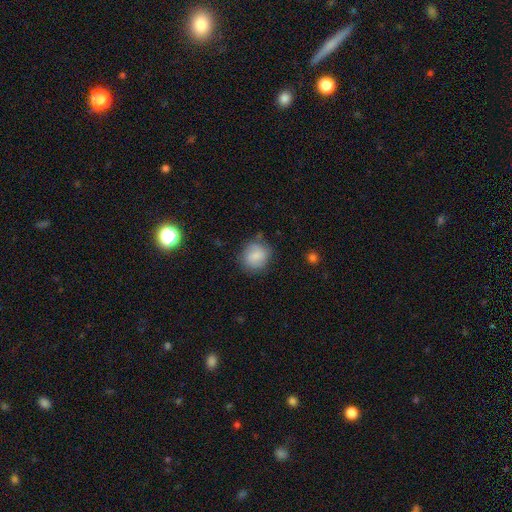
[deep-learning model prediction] Overall: smooth (79%). How rounded: round (76%). Merging: none (72%).